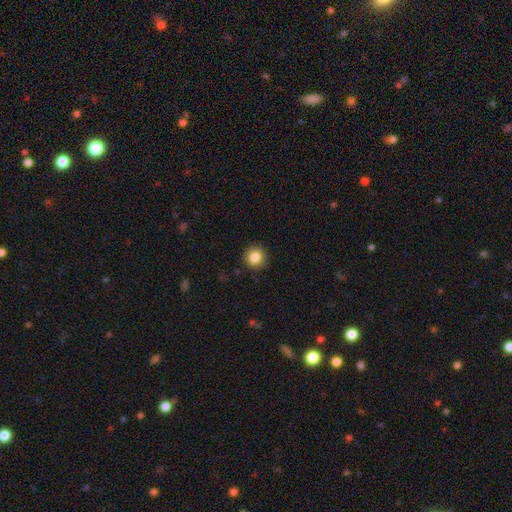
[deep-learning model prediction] This appears to be a smooth galaxy with no disk features (85%) that is round (95%). Merging: none (92%).